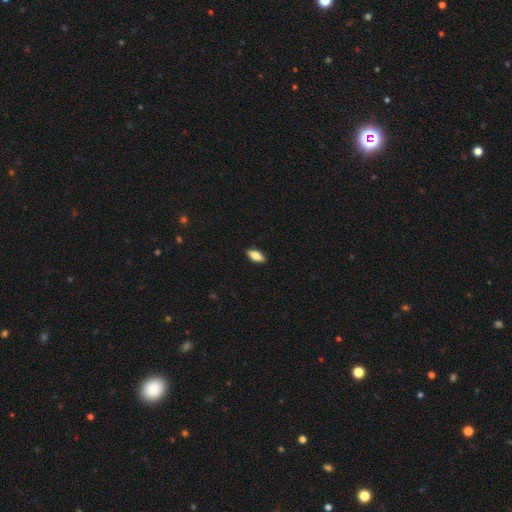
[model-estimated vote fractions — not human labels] A smooth galaxy with no disk features (80%) that is in between round and cigar-shaped (82%).

Vote fractions:
- Smooth or featured? smooth: 80% / featured or disk: 14% / star or artifact: 6%
- How rounded? in between: 82% / cigar-shaped: 15% / round: 3%
- Merging? none: 89% / minor disturbance: 8% / major disturbance: 2% / merger: 1%